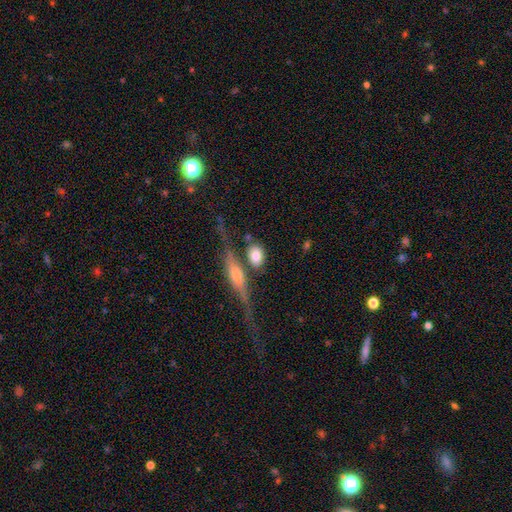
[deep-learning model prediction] Morphology: type=smooth (63%); roundness=in between (59%); merging=none (62%).